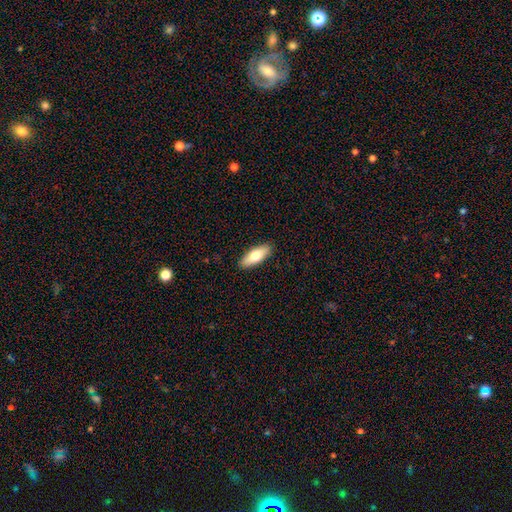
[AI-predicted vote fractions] A smooth galaxy with no disk features (73%) that is in between round and cigar-shaped (70%).

Vote fractions:
- Smooth or featured? smooth: 73% / featured or disk: 21% / star or artifact: 6%
- How rounded? in between: 70% / cigar-shaped: 27% / round: 2%
- Merging? none: 90% / minor disturbance: 7% / major disturbance: 2% / merger: 1%